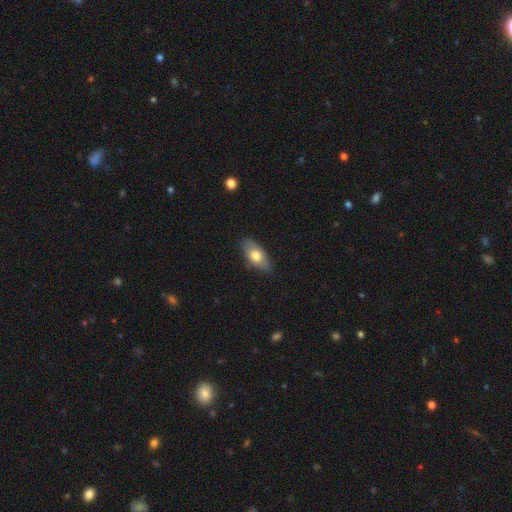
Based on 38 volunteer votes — Smooth or featured? smooth (71%)
How rounded? in between (85%)
Merging? none (89%)